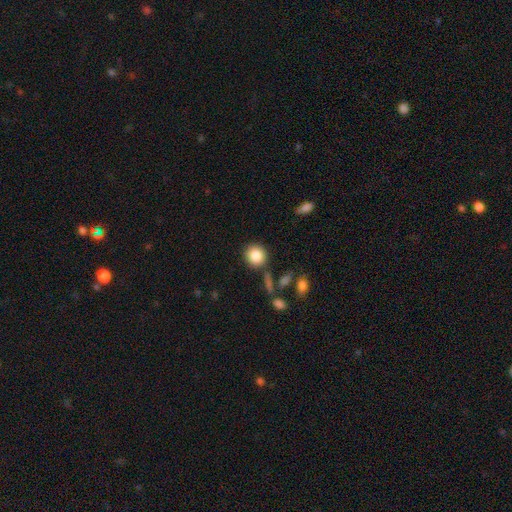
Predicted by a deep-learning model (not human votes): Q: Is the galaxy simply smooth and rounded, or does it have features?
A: smooth — 85%.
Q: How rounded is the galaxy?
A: round — 87%.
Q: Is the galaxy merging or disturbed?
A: none — 83%.